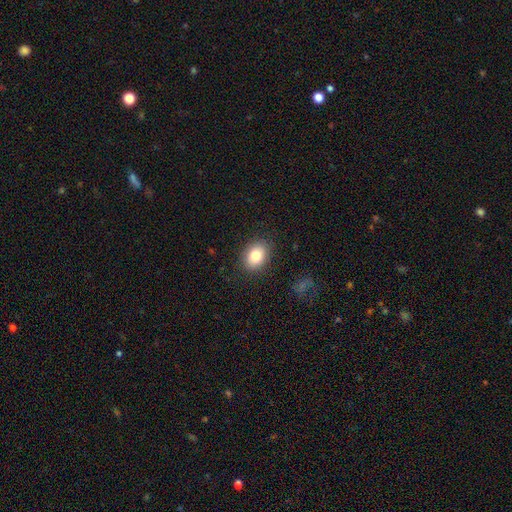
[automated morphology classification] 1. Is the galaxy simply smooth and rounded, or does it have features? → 83% smooth, 9% featured or disk, 9% star or artifact.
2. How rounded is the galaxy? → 68% in between, 31% round, 1% cigar-shaped.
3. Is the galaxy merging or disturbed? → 87% none, 9% minor disturbance, 3% major disturbance, 1% merger.